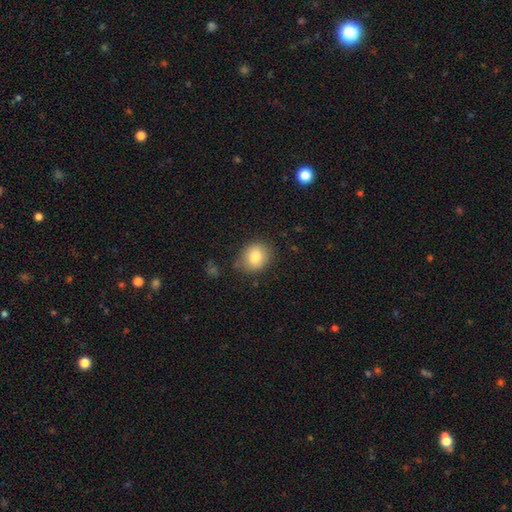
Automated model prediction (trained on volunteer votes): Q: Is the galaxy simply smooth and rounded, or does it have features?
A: smooth — 82%.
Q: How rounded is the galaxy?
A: round — 66%.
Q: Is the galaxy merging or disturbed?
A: none — 79%.